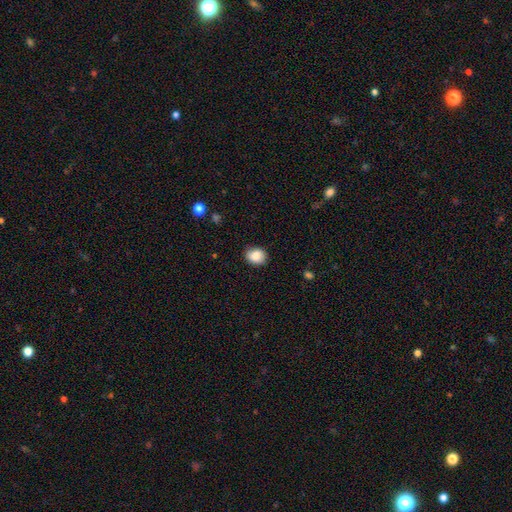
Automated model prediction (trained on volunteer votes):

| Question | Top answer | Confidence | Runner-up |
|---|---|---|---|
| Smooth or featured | smooth | 83% | featured or disk (8%) |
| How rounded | round | 56% | in between (43%) |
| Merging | none | 86% | minor disturbance (11%) |